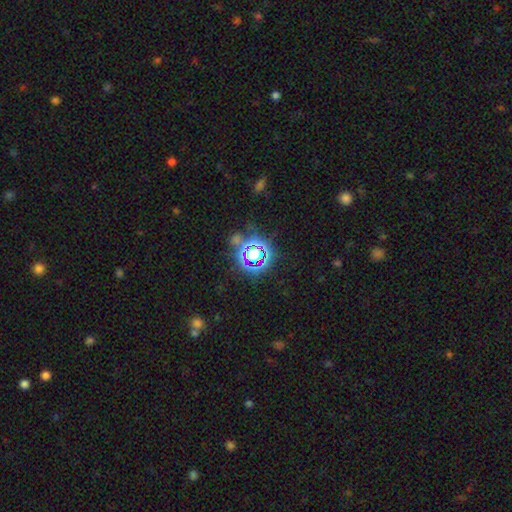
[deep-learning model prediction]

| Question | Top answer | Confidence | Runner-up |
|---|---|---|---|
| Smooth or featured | star or artifact | 75% | smooth (16%) |